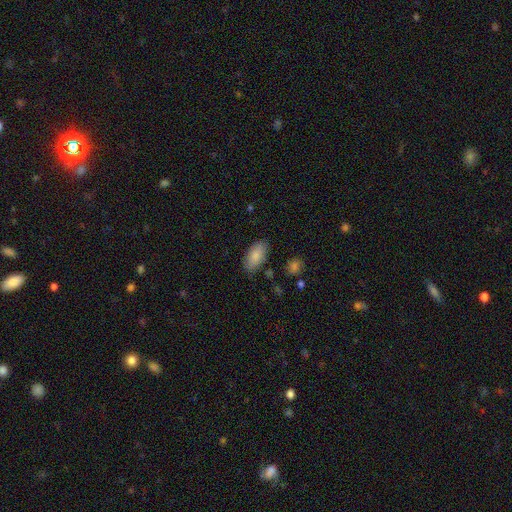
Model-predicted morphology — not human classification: Overall: smooth (85%). How rounded: in between (92%). Merging: none (83%).